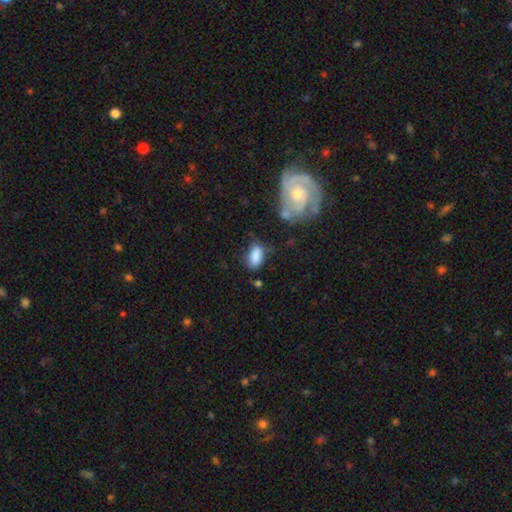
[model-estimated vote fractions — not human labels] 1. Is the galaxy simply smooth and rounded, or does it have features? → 83% smooth, 9% featured or disk, 8% star or artifact.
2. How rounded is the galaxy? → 91% in between, 5% round, 4% cigar-shaped.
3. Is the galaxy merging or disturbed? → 56% none, 28% minor disturbance, 10% major disturbance, 6% merger.